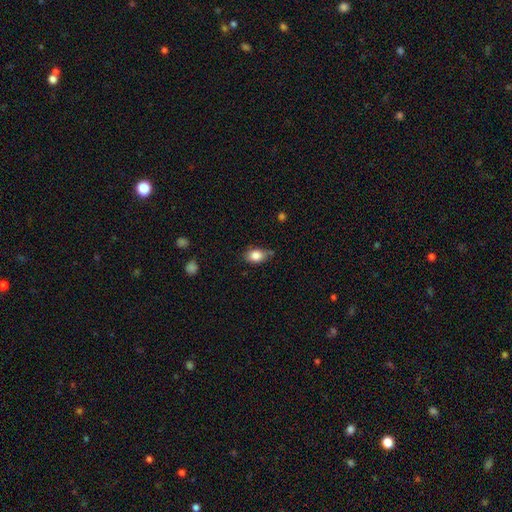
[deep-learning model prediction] Smooth or featured? Predicted: smooth (p=0.84). How rounded? Predicted: in between (p=0.74). Merging? Predicted: none (p=0.62).